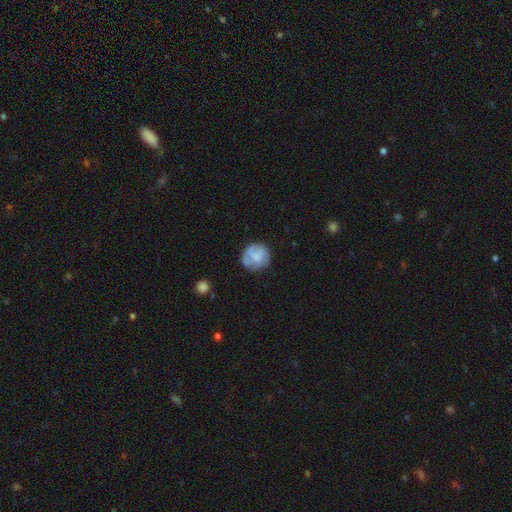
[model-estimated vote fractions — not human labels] A smooth galaxy with no disk features (58%) that is round (90%). Merging: none (68%).